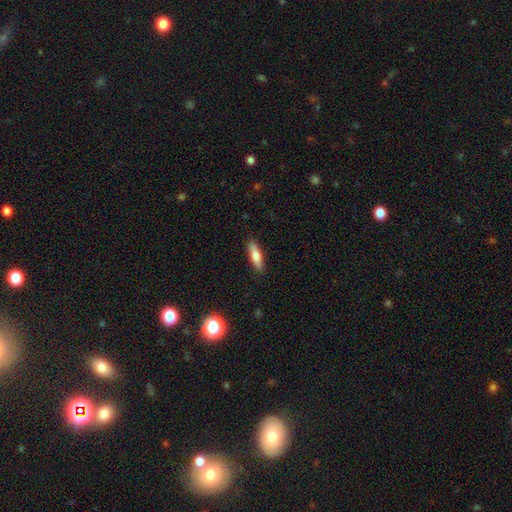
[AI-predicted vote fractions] smooth-or-featured: smooth: 70% | featured or disk: 23% | star or artifact: 7%
  how-rounded: cigar-shaped: 61% | in between: 37% | round: 2%
  merging: none: 88% | minor disturbance: 9% | major disturbance: 2% | merger: 1%